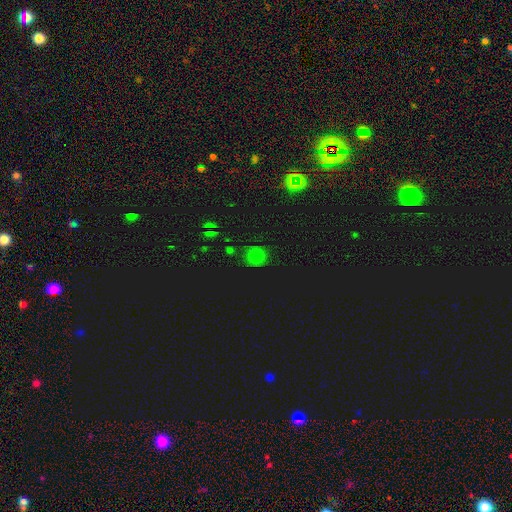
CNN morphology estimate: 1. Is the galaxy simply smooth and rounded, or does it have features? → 54% smooth, 35% star or artifact, 10% featured or disk.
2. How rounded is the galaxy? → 78% round, 20% in between, 1% cigar-shaped.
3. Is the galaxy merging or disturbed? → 76% none, 15% minor disturbance, 5% major disturbance, 3% merger.